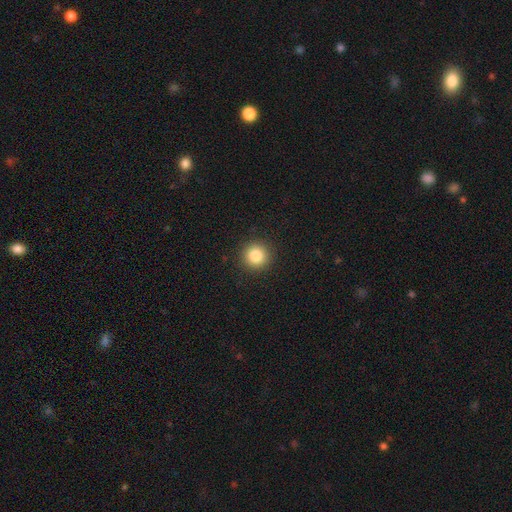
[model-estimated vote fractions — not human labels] The model was most divided on "smooth or featured": smooth: 84%, star or artifact: 11%, featured or disk: 5%. More confident: how rounded — round (94%); merging — none (92%).